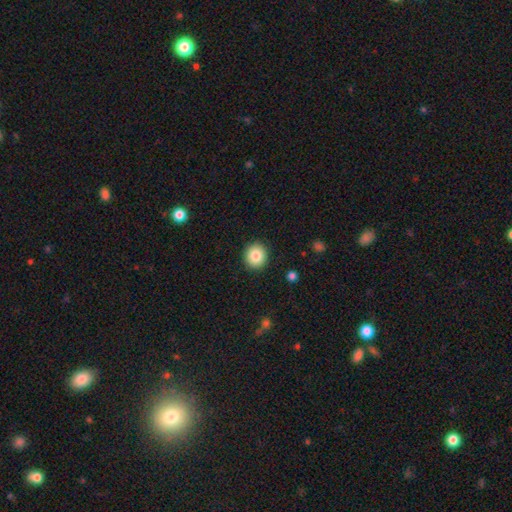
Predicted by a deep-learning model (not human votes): Q: Smooth or featured?
A: smooth (85%); runner-up: star or artifact (9%)
Q: How rounded?
A: round (88%); runner-up: in between (11%)
Q: Merging?
A: none (91%); runner-up: minor disturbance (6%)